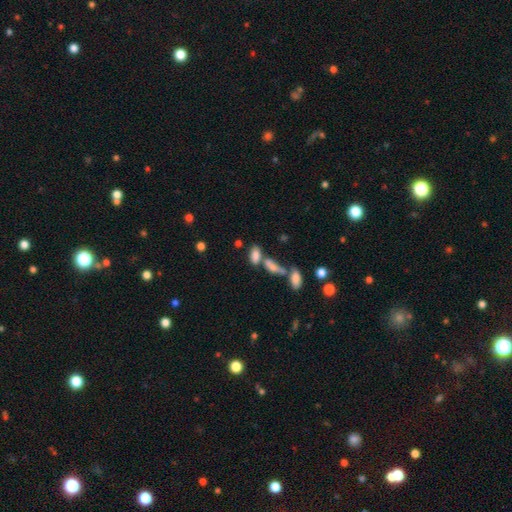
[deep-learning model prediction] A smooth galaxy with no disk features (78%) that is in between round and cigar-shaped (84%).

Vote fractions:
- Smooth or featured? smooth: 78% / featured or disk: 12% / star or artifact: 10%
- How rounded? in between: 84% / cigar-shaped: 11% / round: 5%
- Merging? merger: 43% / none: 39% / minor disturbance: 12% / major disturbance: 6%